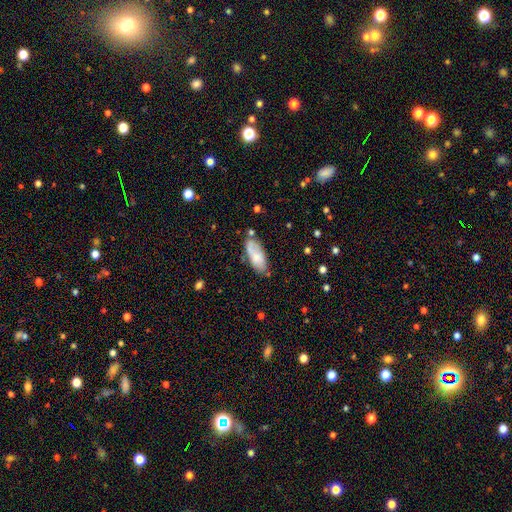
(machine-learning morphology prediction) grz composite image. It shows a smooth galaxy with no disk features (67%) that is in between round and cigar-shaped (84%). Merging: none (59%).